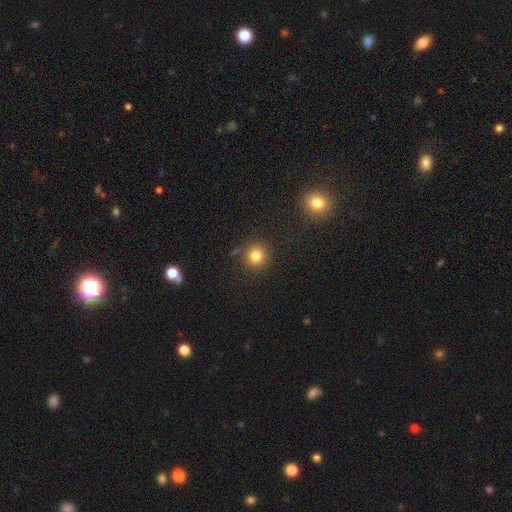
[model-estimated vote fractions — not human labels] Smooth or featured: smooth — 81% (star or artifact — 13%)
How rounded: round — 92% (in between — 7%)
Merging: none — 83% (minor disturbance — 9%)